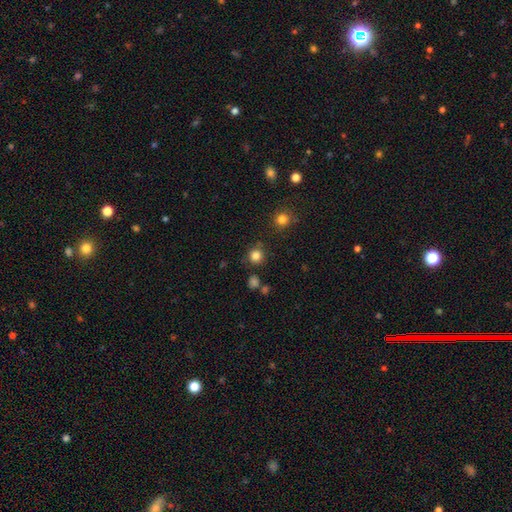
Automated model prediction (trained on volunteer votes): The model was most divided on "smooth or featured": smooth: 82%, star or artifact: 13%, featured or disk: 4%. More confident: how rounded — round (92%); merging — none (84%).